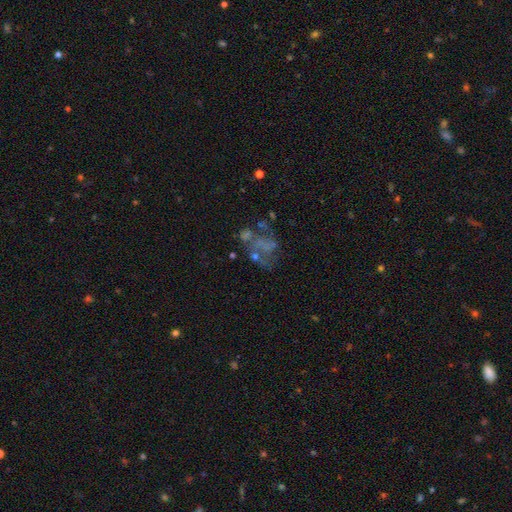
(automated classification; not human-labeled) Smooth or featured? Predicted: featured or disk (p=0.57). Edge-on disk? Predicted: no (p=0.98). Bar? Predicted: no (p=0.84). Spiral arms? Predicted: no (p=0.73). Bulge size? Predicted: none (p=0.73). Merging? Predicted: none (p=0.36).